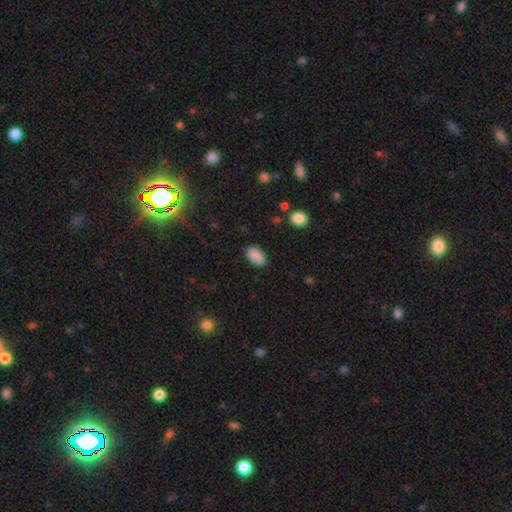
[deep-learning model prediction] Q: Smooth or featured?
A: smooth (88%); runner-up: star or artifact (8%)
Q: How rounded?
A: in between (93%); runner-up: round (5%)
Q: Merging?
A: none (82%); runner-up: minor disturbance (13%)